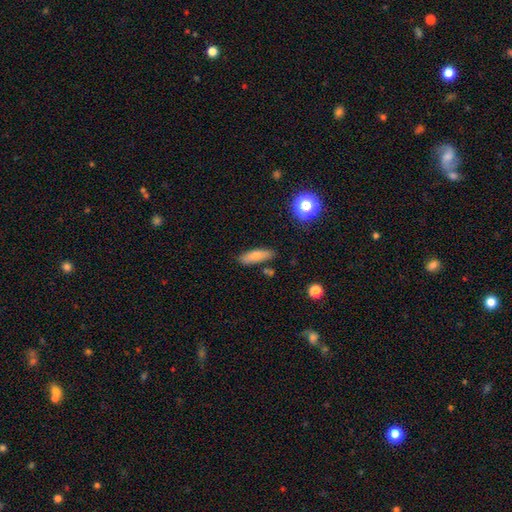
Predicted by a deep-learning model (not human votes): Morphology: type=smooth (78%); roundness=cigar-shaped (51%); merging=none (80%).